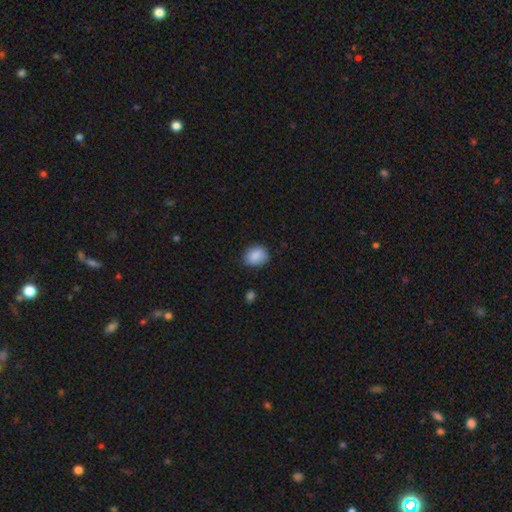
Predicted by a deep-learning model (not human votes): This is clearly a smooth galaxy (86%). How rounded: possibly round (52%). Merging: likely none (78%).